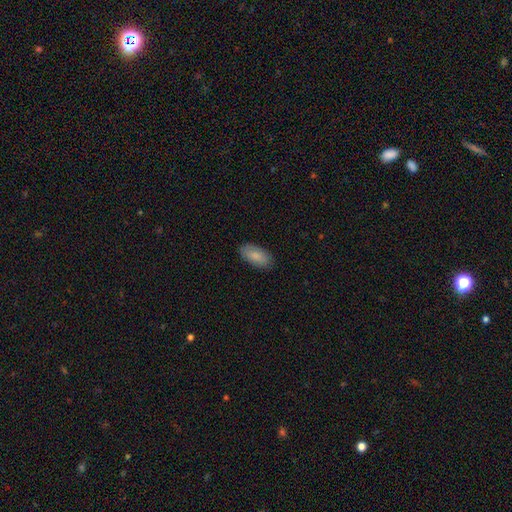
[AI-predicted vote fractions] Morphology: type=smooth (86%); roundness=in between (93%); merging=none (87%).